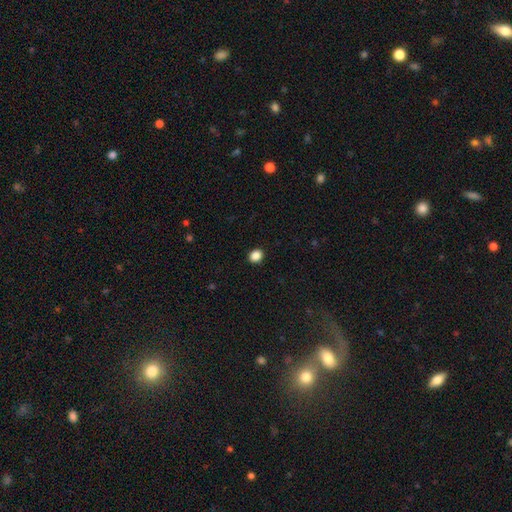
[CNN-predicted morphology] smooth_or_featured: smooth (p=0.88) [alt: star or artifact p=0.10]
how_rounded: round (p=0.67) [alt: in between p=0.32]
merging: none (p=0.92) [alt: minor disturbance p=0.06]